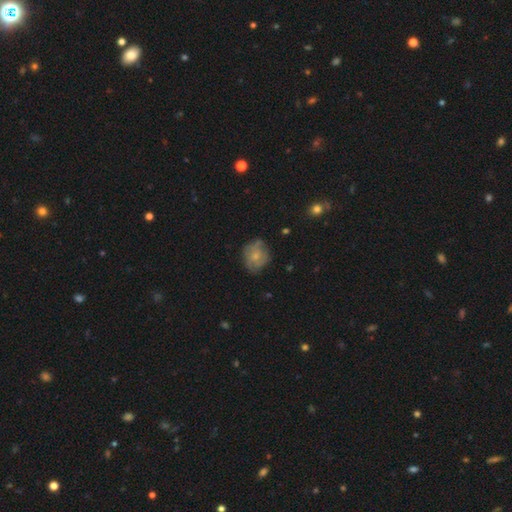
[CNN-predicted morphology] Q: Smooth or featured?
A: smooth (60%); runner-up: featured or disk (32%)
Q: How rounded?
A: round (71%); runner-up: in between (28%)
Q: Merging?
A: none (62%); runner-up: minor disturbance (28%)